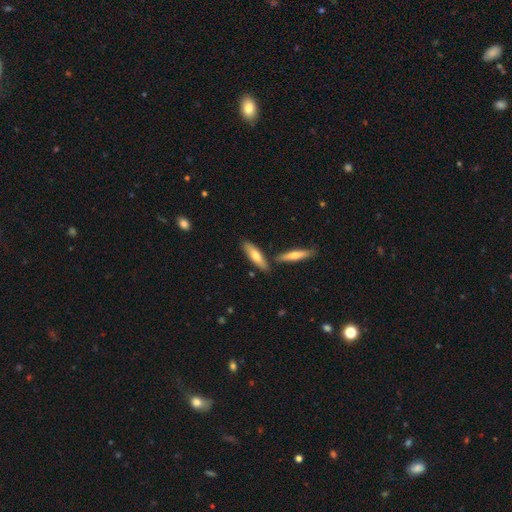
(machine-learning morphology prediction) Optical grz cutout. It shows a smooth galaxy with no disk features (62%) that is cigar-shaped (66%). Merging: none (75%).